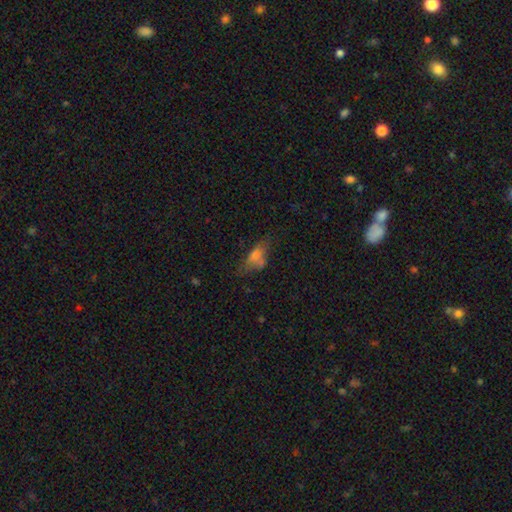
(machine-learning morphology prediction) smooth 58%, featured or disk 27%, star or artifact 15%. Down the decision tree: how rounded — in between (74%); merging — none (42%).